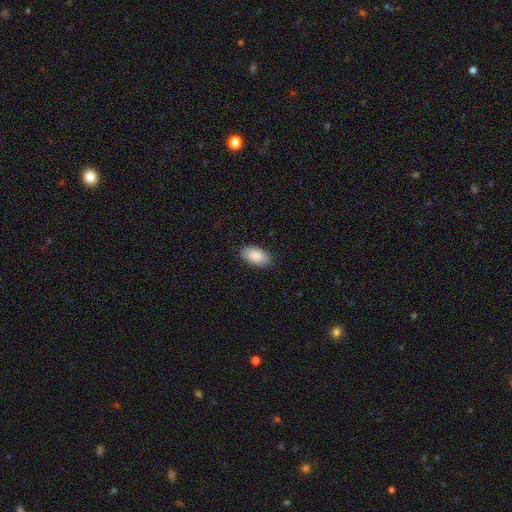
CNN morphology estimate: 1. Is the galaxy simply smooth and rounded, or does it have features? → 89% smooth, 6% star or artifact, 5% featured or disk.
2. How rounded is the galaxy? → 95% in between, 3% round, 2% cigar-shaped.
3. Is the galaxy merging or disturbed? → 88% none, 9% minor disturbance, 2% major disturbance, 1% merger.